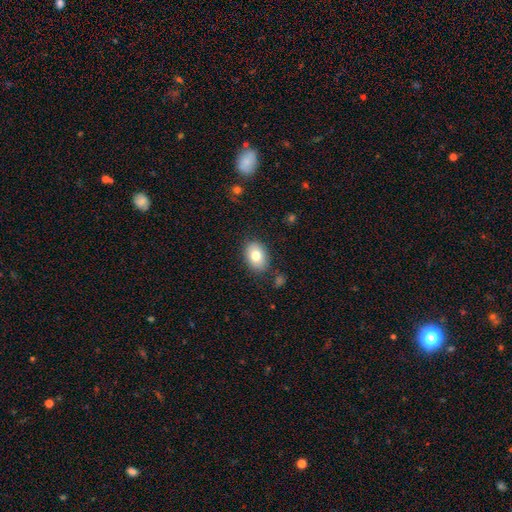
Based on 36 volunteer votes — smooth 83%, featured or disk 14%, star or artifact 3%. Down the decision tree: how rounded — in between (83%); merging — none (77%).